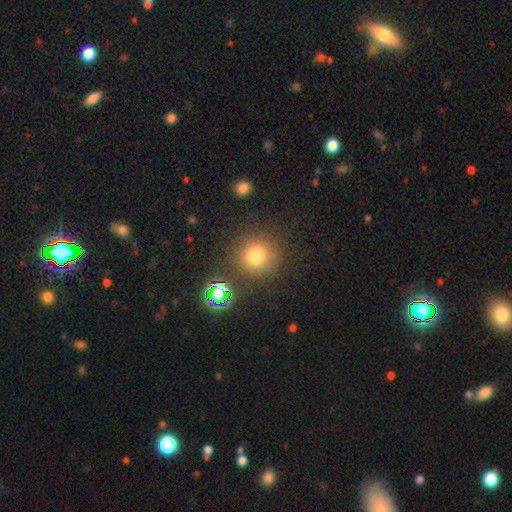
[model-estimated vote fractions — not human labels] Morphology: type=smooth (75%); roundness=round (92%); merging=none (83%).